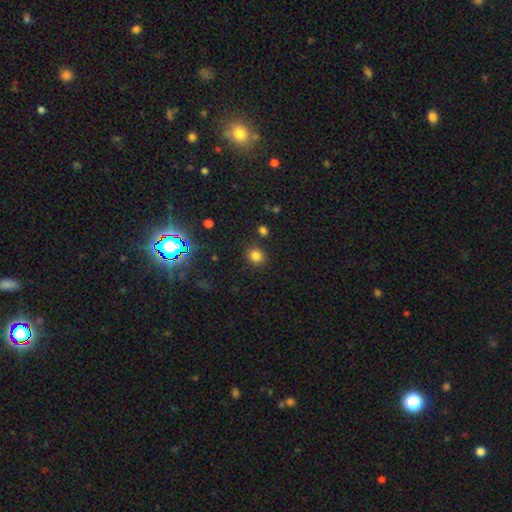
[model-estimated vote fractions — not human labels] A smooth galaxy with no disk features (78%) that is round (82%).

Vote fractions:
- Smooth or featured? smooth: 78% / star or artifact: 16% / featured or disk: 6%
- How rounded? round: 82% / in between: 17% / cigar-shaped: 1%
- Merging? none: 85% / minor disturbance: 8% / merger: 4% / major disturbance: 3%